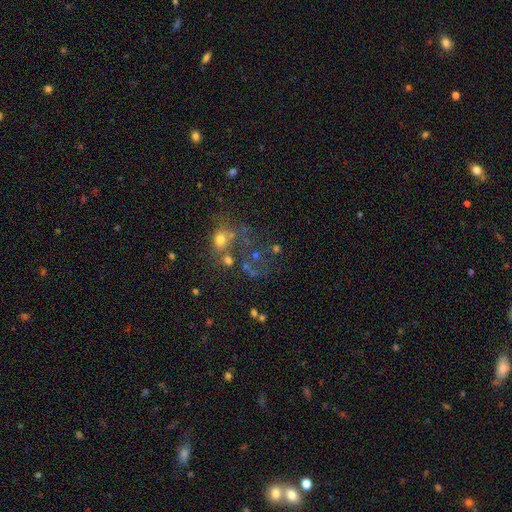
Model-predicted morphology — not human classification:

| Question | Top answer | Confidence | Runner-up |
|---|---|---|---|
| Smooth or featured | star or artifact | 36% | smooth (35%) |